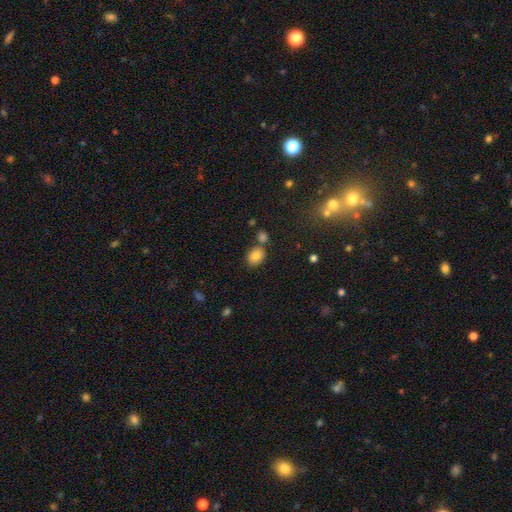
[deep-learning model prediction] Overall: smooth (80%). How rounded: in between (65%; round 34%). Merging: none (66%).